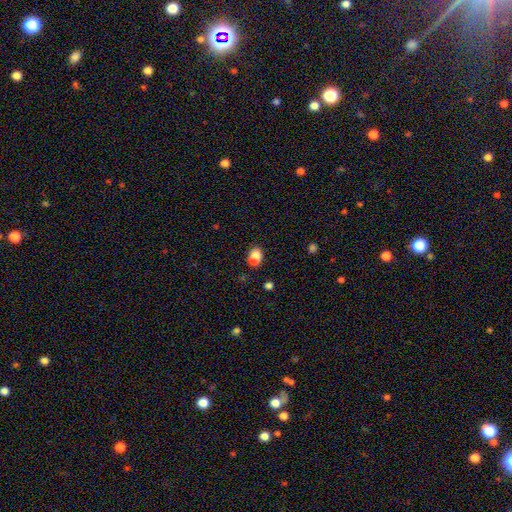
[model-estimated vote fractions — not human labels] A smooth galaxy with no disk features (79%) that is in between round and cigar-shaped (69%). Merging: none (50%).